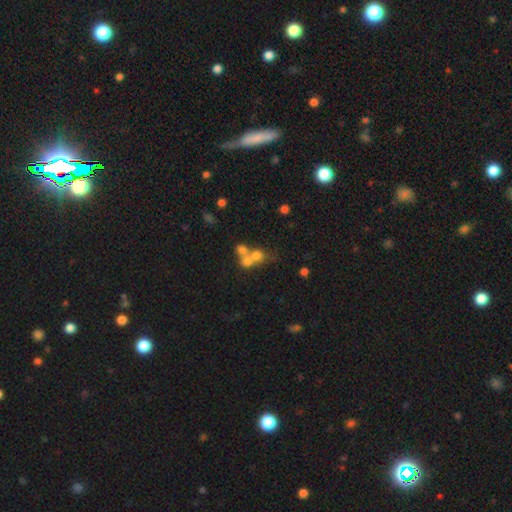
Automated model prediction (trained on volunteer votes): This appears to be a smooth galaxy with no disk features (58%) that is round (73%). Merging: merger (61%).